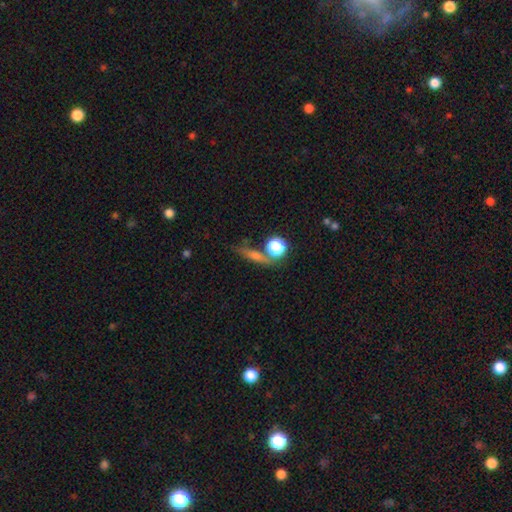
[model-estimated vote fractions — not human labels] This appears to be a smooth galaxy with no disk features (52%) that is cigar-shaped (56%). Merging: none (69%).